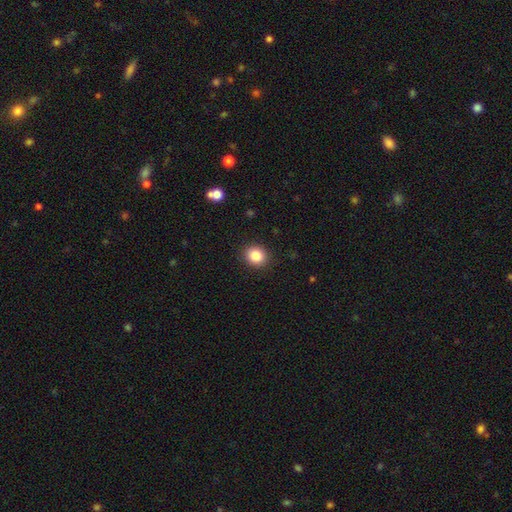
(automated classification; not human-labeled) Smooth or featured? smooth (85%)
How rounded? round (80%)
Merging? none (91%)